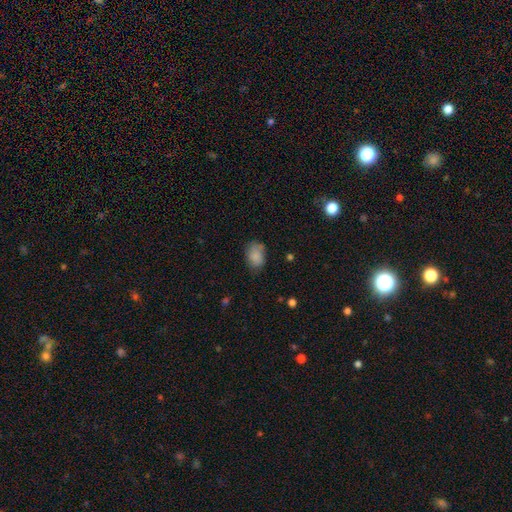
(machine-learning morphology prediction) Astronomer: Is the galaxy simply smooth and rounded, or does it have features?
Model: smooth — 85%.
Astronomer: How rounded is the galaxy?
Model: in between — 79%.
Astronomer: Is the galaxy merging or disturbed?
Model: none — 66%.